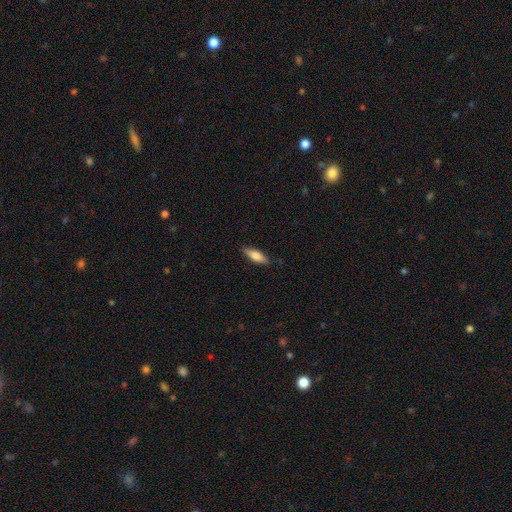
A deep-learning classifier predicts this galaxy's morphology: A smooth galaxy with no disk features (71%) that is cigar-shaped (49%, tied with in between).

Vote fractions:
- Smooth or featured? smooth: 71% / featured or disk: 23% / star or artifact: 6%
- How rounded? cigar-shaped: 49% (tied) / in between: 49% (tied) / round: 2%
- Merging? none: 87% / minor disturbance: 10% / major disturbance: 2% / merger: 1%